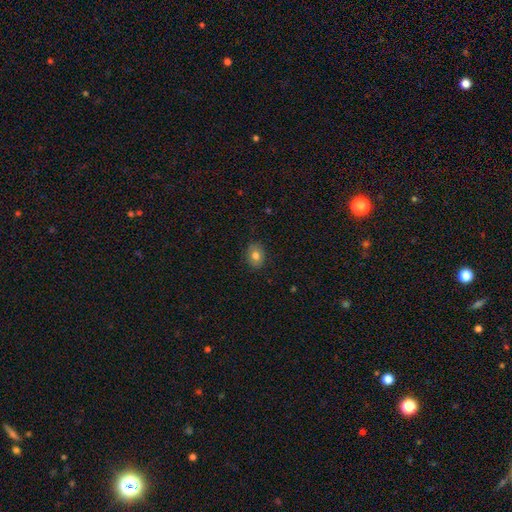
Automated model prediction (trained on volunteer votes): The model was most divided on "how rounded": in between: 56%, round: 43%, cigar-shaped: 1%. More confident: merging — none (87%); smooth or featured — smooth (78%).